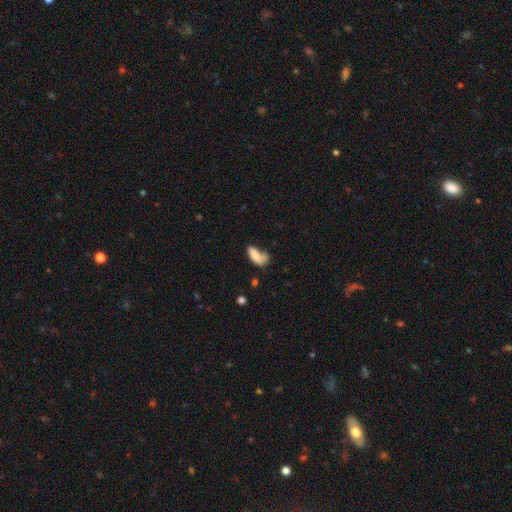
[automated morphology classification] The model was most divided on "merging": none: 34%, minor disturbance: 27%, major disturbance: 24%, merger: 15%. More confident: how rounded — in between (81%); smooth or featured — smooth (78%).